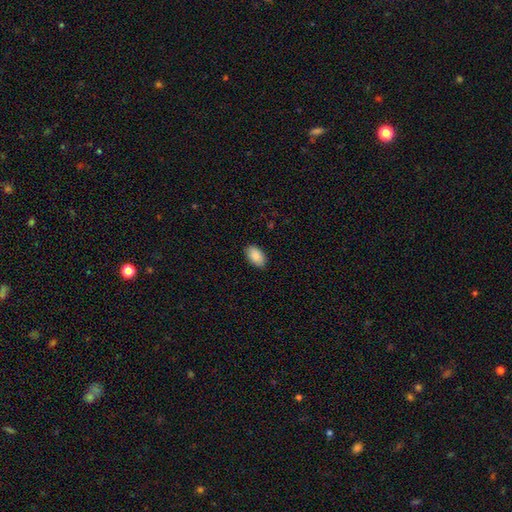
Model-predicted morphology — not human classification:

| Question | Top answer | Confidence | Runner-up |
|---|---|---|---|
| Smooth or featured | smooth | 88% | star or artifact (7%) |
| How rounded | in between | 94% | round (5%) |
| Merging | none | 88% | minor disturbance (9%) |